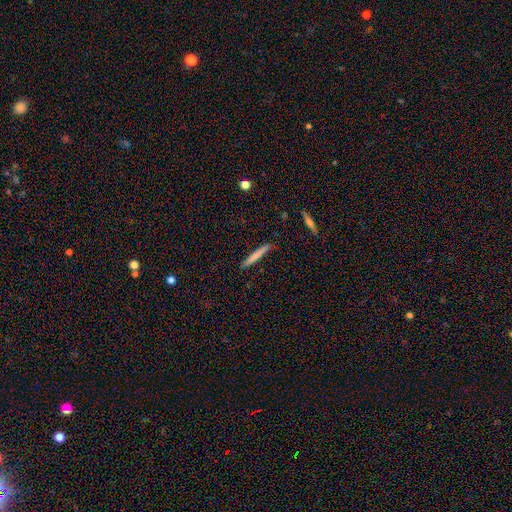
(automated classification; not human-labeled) A smooth galaxy with no disk features (71%) that is cigar-shaped (96%).

Vote fractions:
- Smooth or featured? smooth: 71% / featured or disk: 23% / star or artifact: 6%
- How rounded? cigar-shaped: 96% / in between: 3% / round: 1%
- Merging? none: 86% / minor disturbance: 11% / major disturbance: 2% / merger: 2%